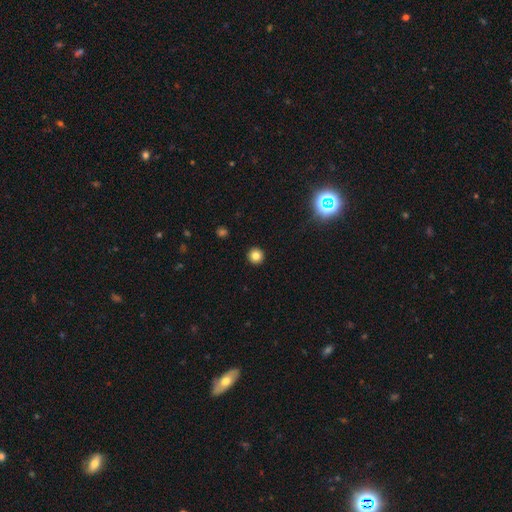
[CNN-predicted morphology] This is clearly a smooth galaxy (82%). How rounded: clearly round (96%). Merging: clearly none (93%).